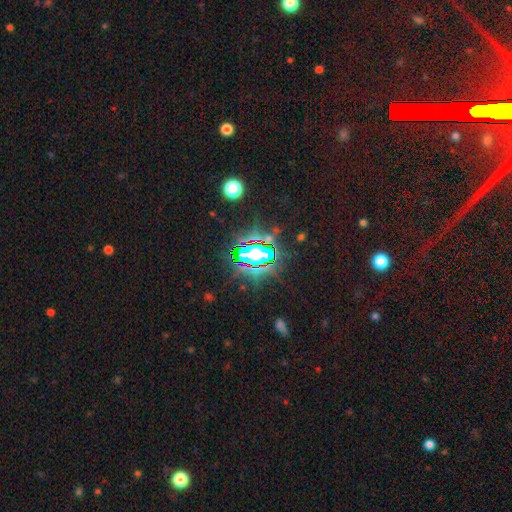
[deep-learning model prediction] Morphology: type=star or artifact (79%).